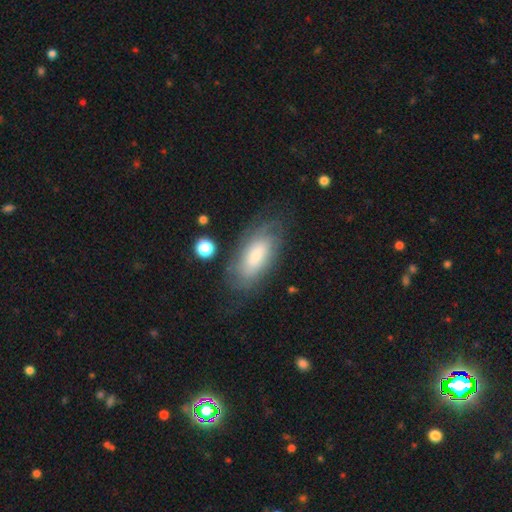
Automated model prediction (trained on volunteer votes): A smooth galaxy with no disk features (54%) that is in between round and cigar-shaped (86%).

Vote fractions:
- Smooth or featured? smooth: 54% / featured or disk: 38% / star or artifact: 7%
- How rounded? in between: 86% / cigar-shaped: 11% / round: 3%
- Merging? none: 67% / minor disturbance: 20% / major disturbance: 11% / merger: 2%